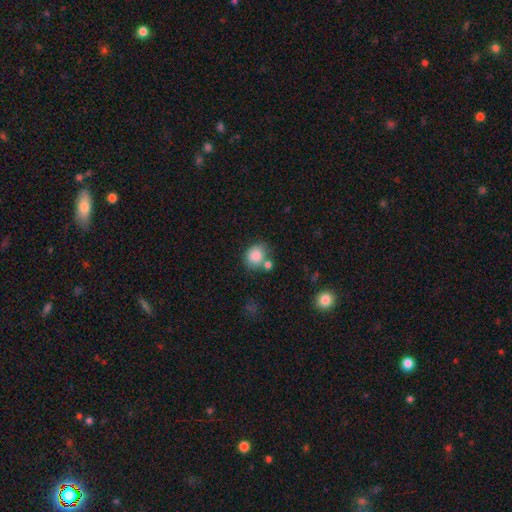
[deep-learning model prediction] Smooth or featured?
  - smooth: 85% *
  - star or artifact: 9%
  - featured or disk: 6%
How rounded?
  - round: 72% *
  - in between: 27%
  - cigar-shaped: 1%
Merging?
  - none: 60% *
  - merger: 20%
  - minor disturbance: 15%
  - major disturbance: 5%